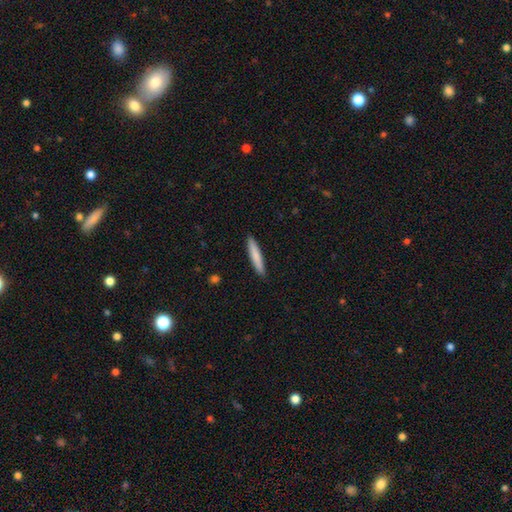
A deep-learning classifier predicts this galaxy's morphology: The model was most divided on "smooth or featured": smooth: 81%, featured or disk: 14%, star or artifact: 5%. More confident: how rounded — cigar-shaped (93%); merging — none (92%).